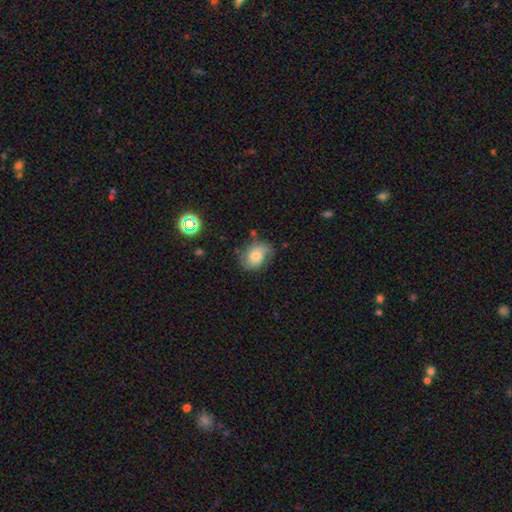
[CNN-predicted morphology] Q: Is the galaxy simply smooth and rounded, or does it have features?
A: featured or disk — 53%.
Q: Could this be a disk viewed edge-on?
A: no — 96%.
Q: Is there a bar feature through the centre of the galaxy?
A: no — 70%.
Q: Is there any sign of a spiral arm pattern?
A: yes — 87%.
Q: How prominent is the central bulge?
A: moderate — 46%.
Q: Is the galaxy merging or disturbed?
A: none — 58%.